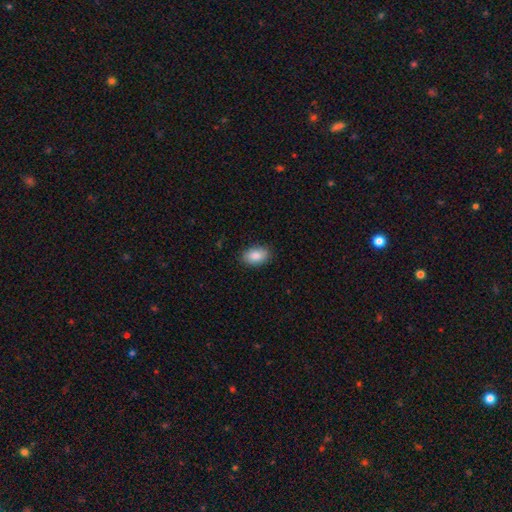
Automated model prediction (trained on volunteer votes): This is clearly a smooth galaxy (88%). How rounded: clearly in between (91%). Merging: clearly none (87%).